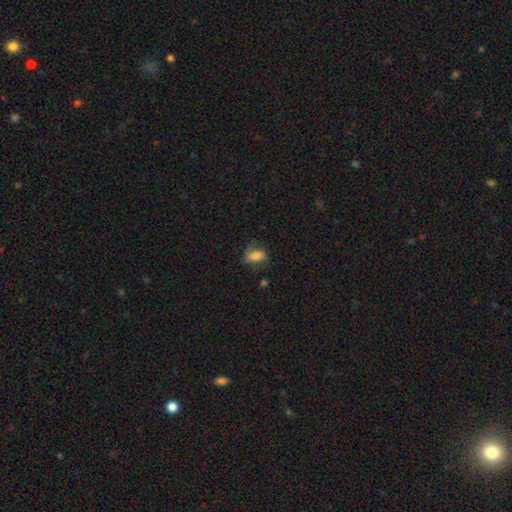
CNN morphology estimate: type=smooth (63%); roundness=in between (79%); merging=none (55%).